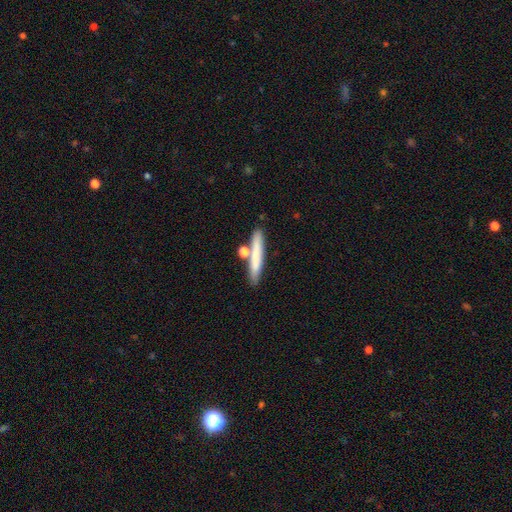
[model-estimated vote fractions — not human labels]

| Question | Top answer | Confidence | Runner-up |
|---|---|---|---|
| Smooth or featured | smooth | 72% | featured or disk (21%) |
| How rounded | cigar-shaped | 89% | in between (8%) |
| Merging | none | 73% | merger (14%) |